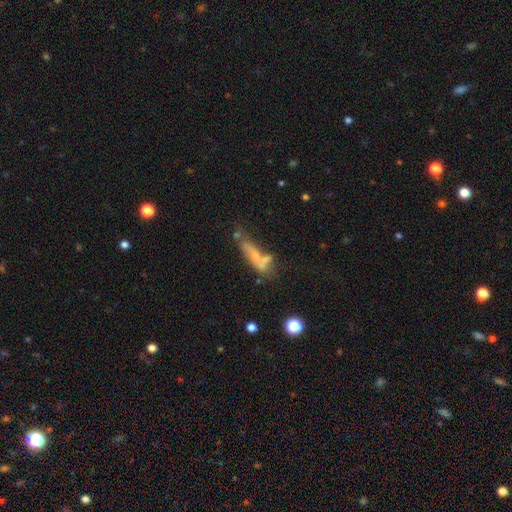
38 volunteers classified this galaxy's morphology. type=smooth (53%); roundness=cigar-shaped (60%); merging=merger (44%).